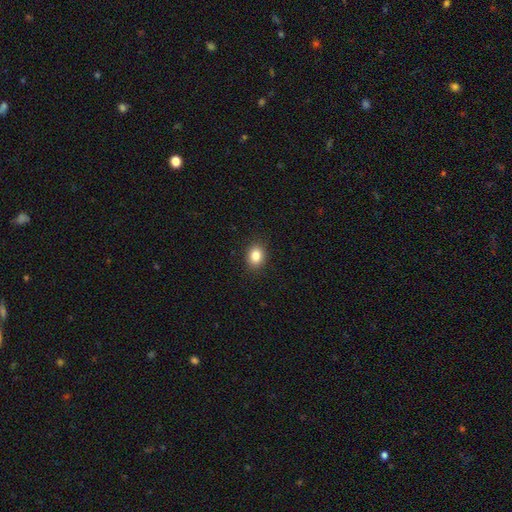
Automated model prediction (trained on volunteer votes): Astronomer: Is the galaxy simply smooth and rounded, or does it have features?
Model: smooth — 85%.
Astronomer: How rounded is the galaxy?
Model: in between — 53% (runner-up: round, 46%).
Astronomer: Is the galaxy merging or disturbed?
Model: none — 90%.